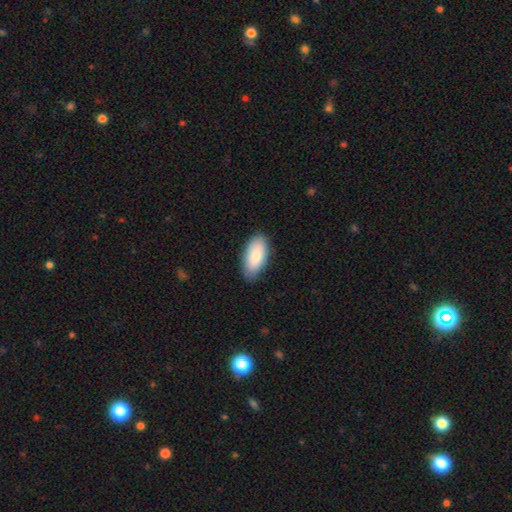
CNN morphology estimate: smooth_or_featured: smooth (p=0.81) [alt: featured or disk p=0.13]
how_rounded: in between (p=0.92) [alt: cigar-shaped p=0.05]
merging: none (p=0.84) [alt: minor disturbance p=0.12]